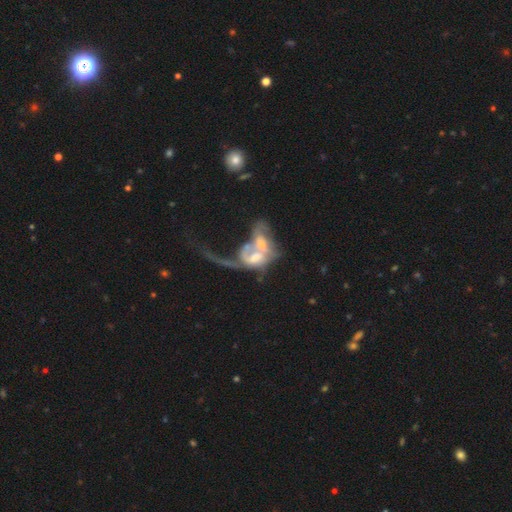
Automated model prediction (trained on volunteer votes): Smooth or featured?
  - featured or disk: 68% *
  - smooth: 23%
  - star or artifact: 8%
Edge-on disk?
  - no: 95% *
  - yes: 5%
Bar?
  - no: 64% *
  - weak: 26%
  - strong: 10%
Spiral arms?
  - yes: 57% *
  - no: 43%
Bulge size?
  - moderate: 44% *
  - small: 21%
  - large: 17%
  - none: 15%
  - dominant: 3%
Merging?
  - merger: 72% *
  - major disturbance: 18%
  - none: 6%
  - minor disturbance: 4%